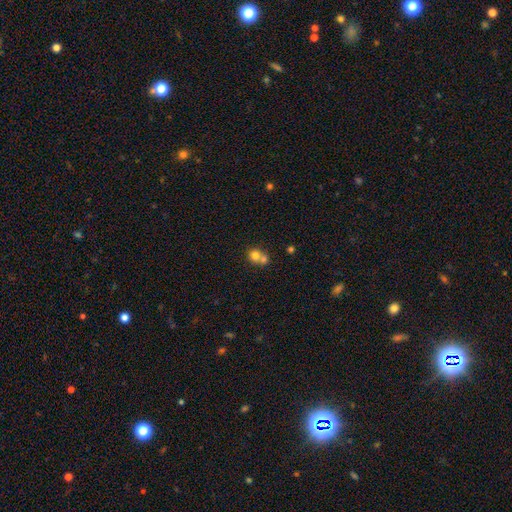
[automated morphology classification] type=smooth (74%); roundness=round (81%); merging=merger (56%).